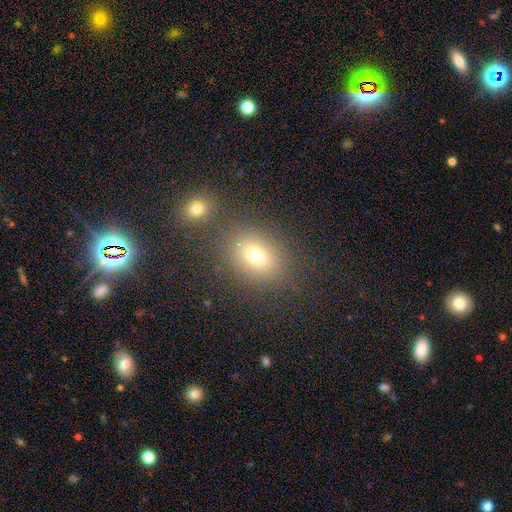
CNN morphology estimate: smooth 72%, star or artifact 16%, featured or disk 12%. Down the decision tree: how rounded — in between (57%); merging — none (75%).